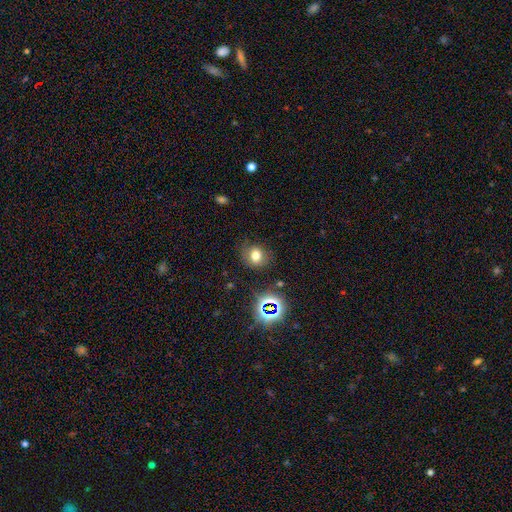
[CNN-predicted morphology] Smooth or featured?
  - smooth: 70% *
  - star or artifact: 19%
  - featured or disk: 11%
How rounded?
  - round: 67% *
  - in between: 32%
  - cigar-shaped: 1%
Merging?
  - none: 78% *
  - minor disturbance: 15%
  - major disturbance: 6%
  - merger: 2%